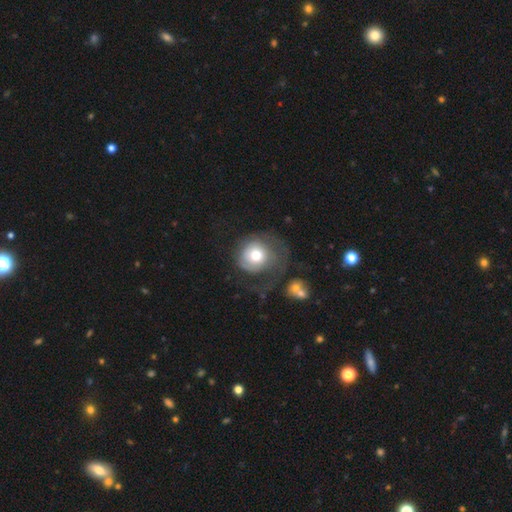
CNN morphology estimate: This appears to be a smooth galaxy with no disk features (56%) that is round (86%). Merging: major disturbance (39%).